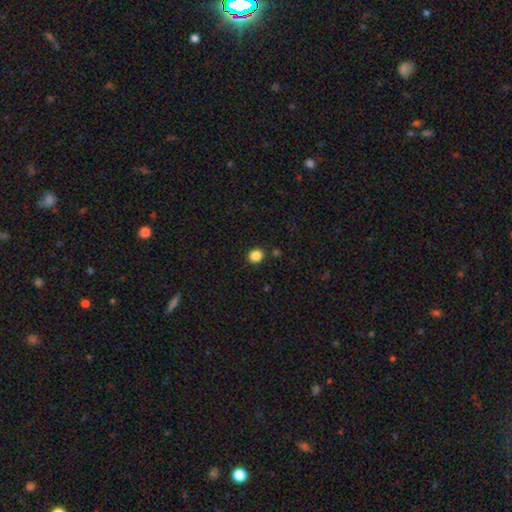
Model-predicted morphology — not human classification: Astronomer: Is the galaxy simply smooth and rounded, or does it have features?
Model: smooth — 86%.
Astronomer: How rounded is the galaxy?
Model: round — 76%.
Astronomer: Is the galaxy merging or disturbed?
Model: none — 88%.